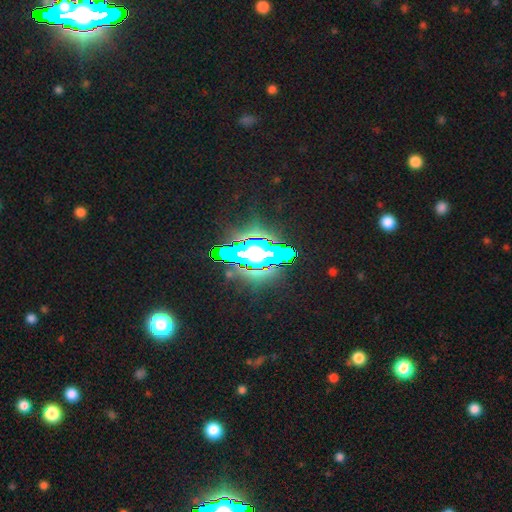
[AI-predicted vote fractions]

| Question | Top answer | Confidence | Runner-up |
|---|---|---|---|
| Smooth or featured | star or artifact | 79% | featured or disk (11%) |